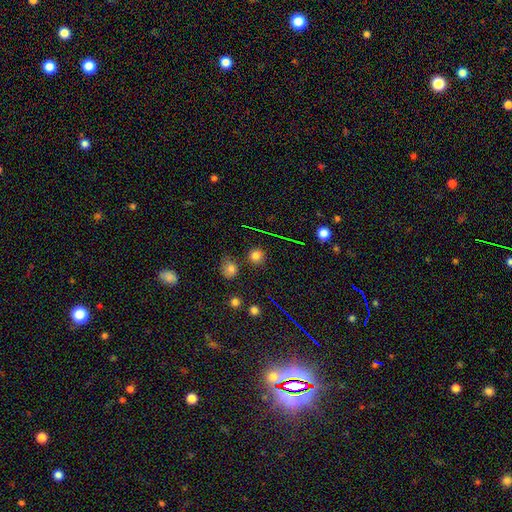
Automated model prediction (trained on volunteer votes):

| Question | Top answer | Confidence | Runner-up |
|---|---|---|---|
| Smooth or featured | smooth | 73% | star or artifact (20%) |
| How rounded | round | 91% | in between (8%) |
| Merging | none | 83% | minor disturbance (9%) |